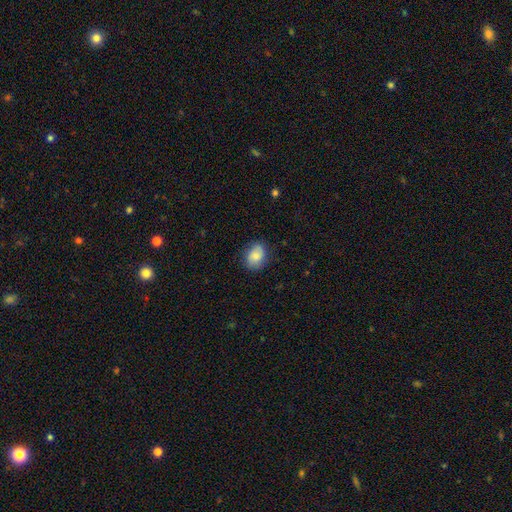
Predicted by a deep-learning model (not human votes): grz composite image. It shows a smooth galaxy with no disk features (79%) that is in between round and cigar-shaped (61%). Merging: none (80%).